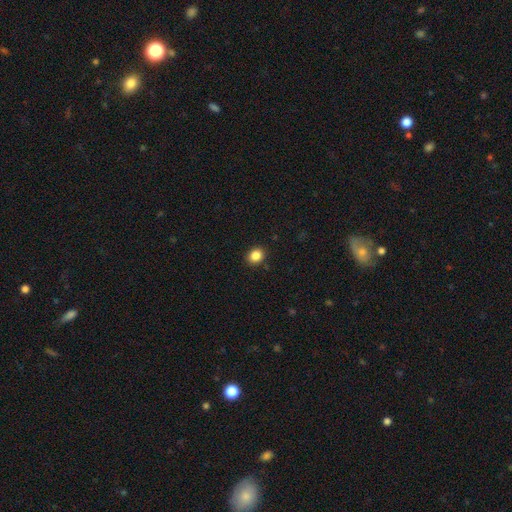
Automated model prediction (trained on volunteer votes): Smooth or featured?
  - smooth: 86% *
  - star or artifact: 10%
  - featured or disk: 4%
How rounded?
  - round: 65% *
  - in between: 34%
  - cigar-shaped: 1%
Merging?
  - none: 90% *
  - minor disturbance: 7%
  - major disturbance: 2%
  - merger: 1%